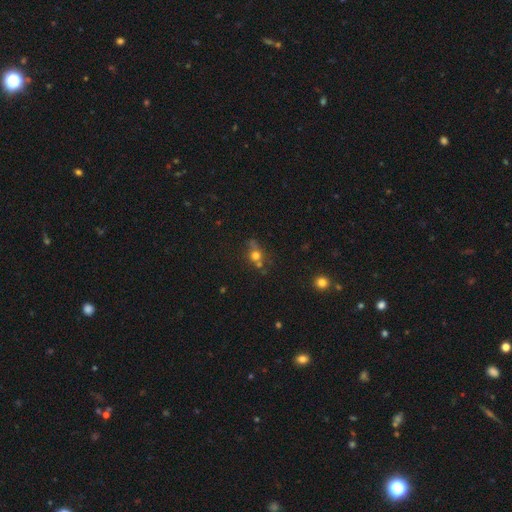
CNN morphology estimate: smooth 63%, star or artifact 21%, featured or disk 16%. Down the decision tree: how rounded — round (78%); merging — none (56%).